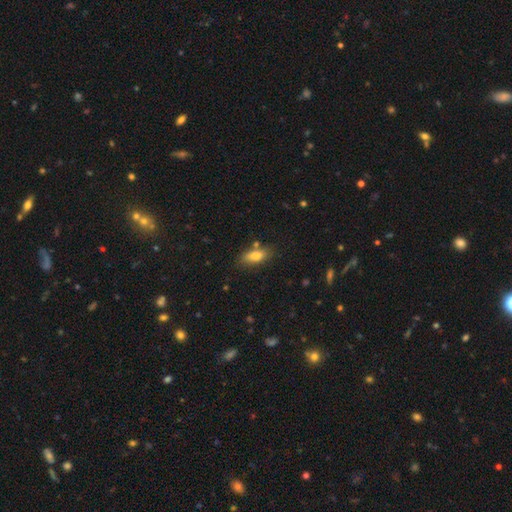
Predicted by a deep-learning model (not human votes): Overall: smooth (77%). How rounded: in between (79%). Merging: none (75%).